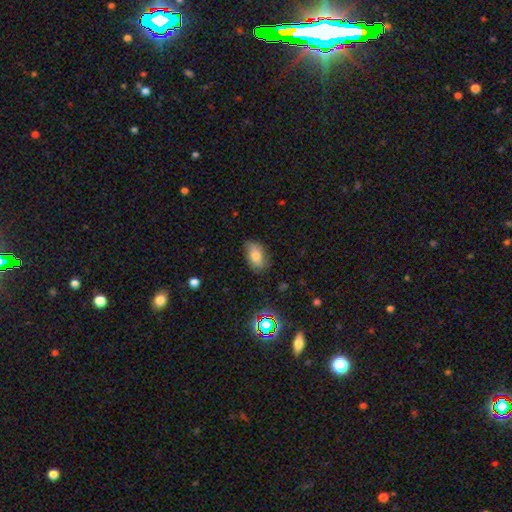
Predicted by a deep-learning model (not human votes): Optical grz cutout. It shows a smooth galaxy with no disk features (76%) that is in between round and cigar-shaped (90%). Merging: none (75%).